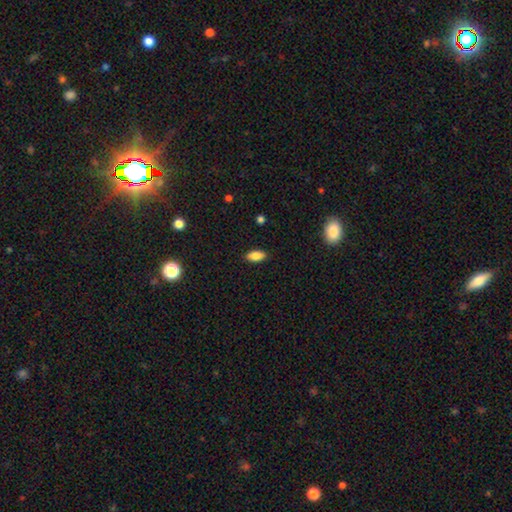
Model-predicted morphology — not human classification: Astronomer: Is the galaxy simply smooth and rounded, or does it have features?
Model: smooth — 82%.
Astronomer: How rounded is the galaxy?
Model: in between — 88%.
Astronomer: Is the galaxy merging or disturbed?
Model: none — 88%.